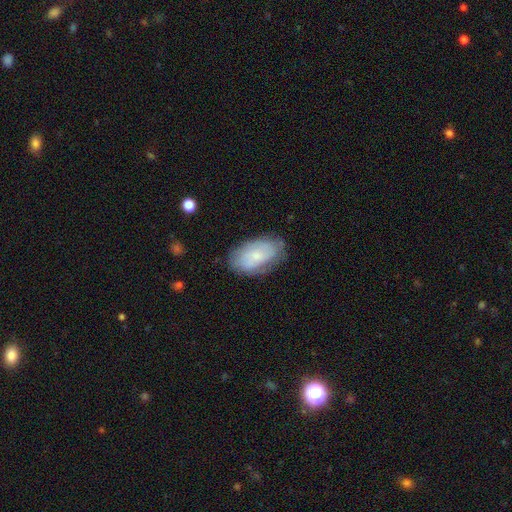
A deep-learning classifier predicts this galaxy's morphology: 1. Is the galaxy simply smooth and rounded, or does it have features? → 60% smooth, 33% featured or disk, 7% star or artifact.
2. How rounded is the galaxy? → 93% in between, 5% round, 2% cigar-shaped.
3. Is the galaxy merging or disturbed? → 73% none, 20% minor disturbance, 5% major disturbance, 1% merger.